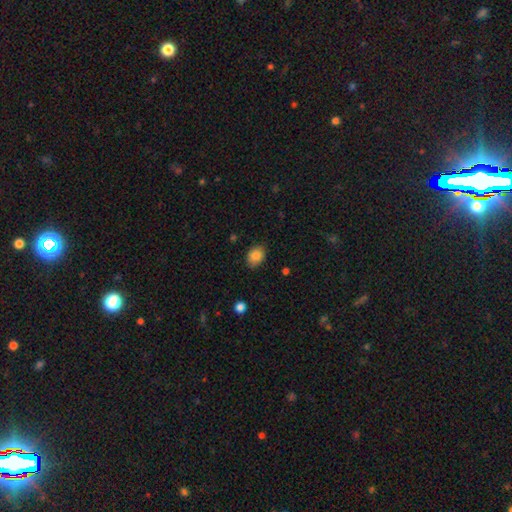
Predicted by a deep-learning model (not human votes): smooth 85%, star or artifact 9%, featured or disk 6%. Down the decision tree: how rounded — in between (66%); merging — none (81%).